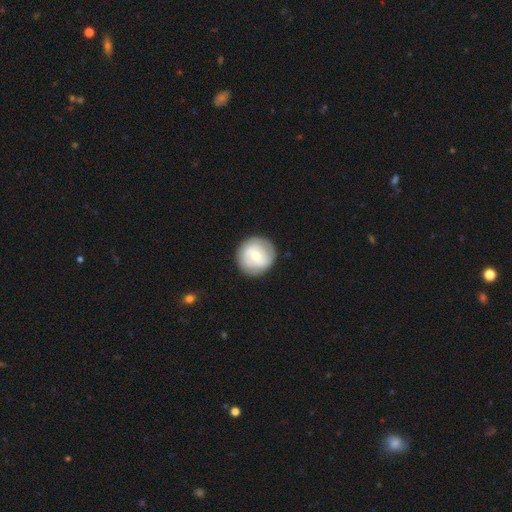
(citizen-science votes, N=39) smooth_or_featured: featured or disk (p=0.49) [alt: smooth p=0.44]
disk_edge_on: no (p=1.00)
bar: no (p=0.47) [alt: weak p=0.37]
has_spiral_arms: no (p=0.89) [alt: yes p=0.11]
bulge_size: moderate (p=0.47) [alt: small p=0.42]
merging: none (p=0.89) [alt: minor disturbance p=0.08]